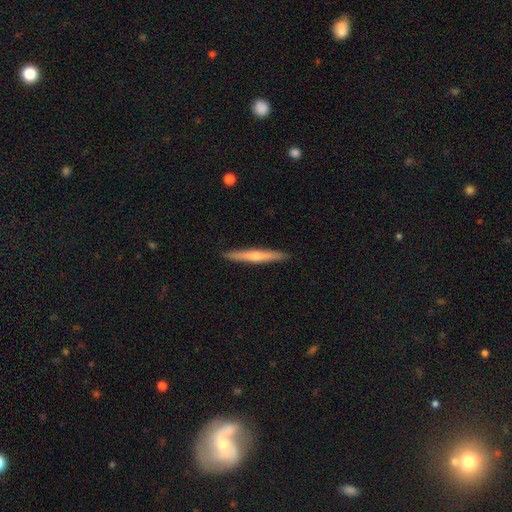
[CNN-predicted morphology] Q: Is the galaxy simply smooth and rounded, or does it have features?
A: featured or disk — 60%.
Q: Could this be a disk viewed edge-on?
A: yes — 96%.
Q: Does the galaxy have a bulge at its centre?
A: rounded — 77%.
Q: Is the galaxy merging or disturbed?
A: none — 91%.